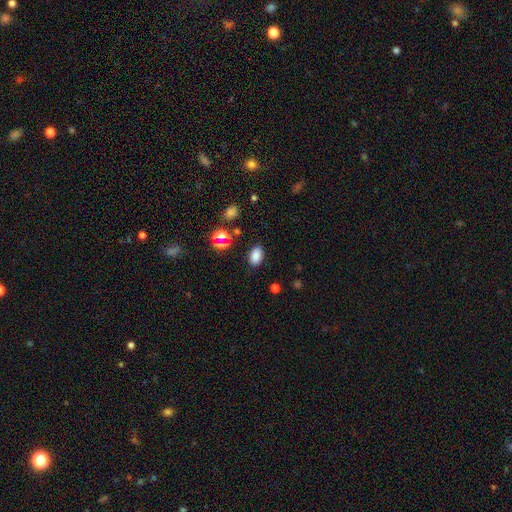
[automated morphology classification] A smooth galaxy with no disk features (79%) that is in between round and cigar-shaped (87%). Merging: none (84%).